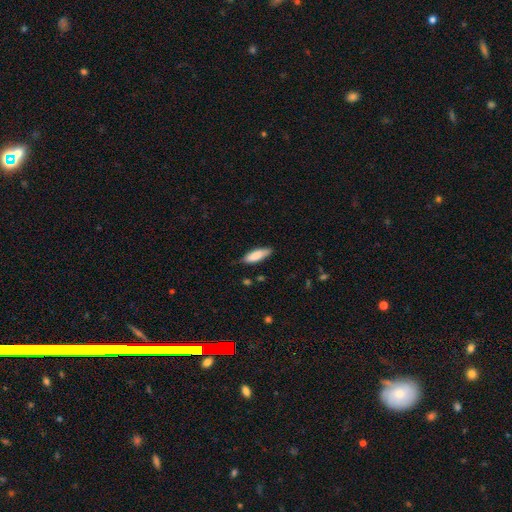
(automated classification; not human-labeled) Morphology: type=smooth (85%); roundness=in between (55%); merging=none (77%).